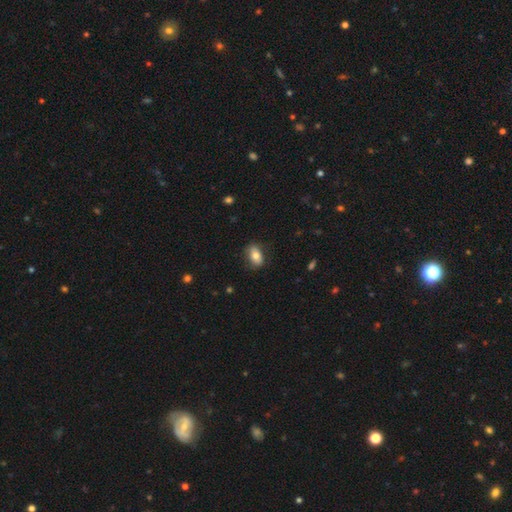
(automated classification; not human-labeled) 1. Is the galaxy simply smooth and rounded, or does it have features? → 75% smooth, 18% featured or disk, 7% star or artifact.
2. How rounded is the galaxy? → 88% in between, 8% round, 4% cigar-shaped.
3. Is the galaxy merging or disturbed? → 78% none, 17% minor disturbance, 4% major disturbance, 1% merger.